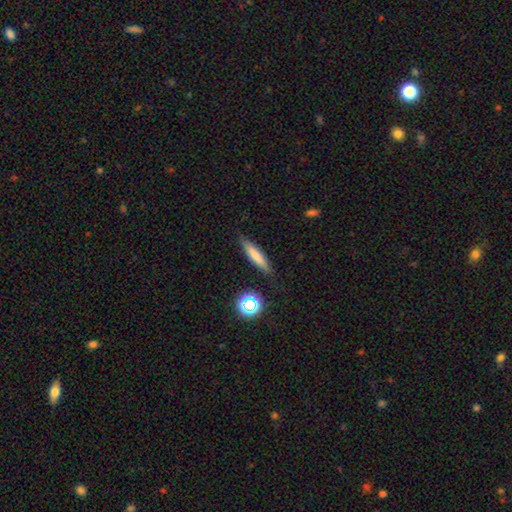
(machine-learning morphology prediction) smooth_or_featured: smooth (p=0.70) [alt: featured or disk p=0.21]
how_rounded: cigar-shaped (p=0.83) [alt: in between p=0.15]
merging: none (p=0.83) [alt: minor disturbance p=0.12]